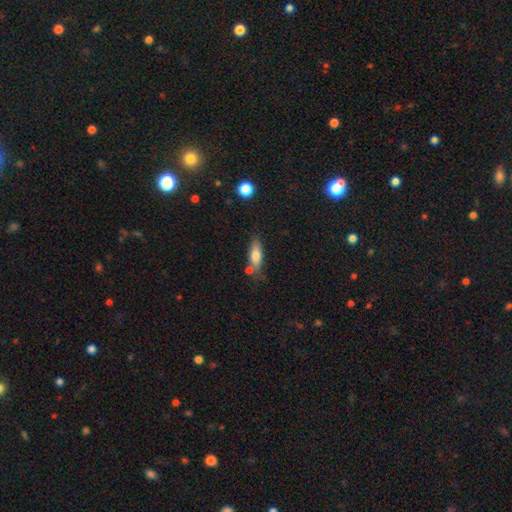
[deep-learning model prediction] The model was most divided on "how rounded": in between: 58%, cigar-shaped: 39%, round: 3%. More confident: smooth or featured — smooth (72%); merging — none (62%).